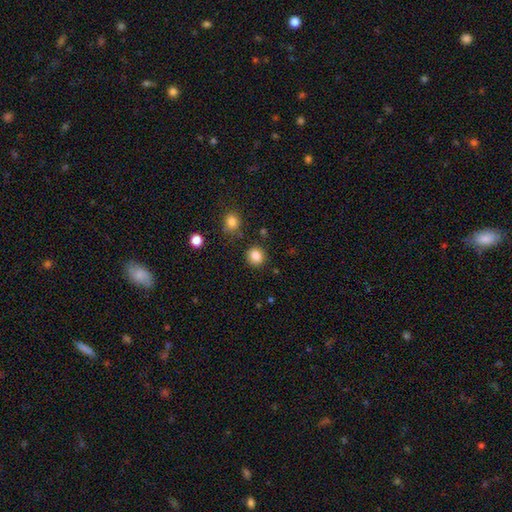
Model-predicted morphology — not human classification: This is clearly a smooth galaxy (86%). How rounded: clearly round (81%). Merging: clearly none (85%).